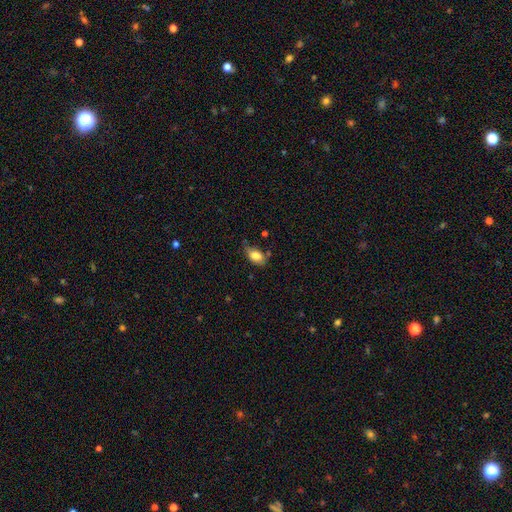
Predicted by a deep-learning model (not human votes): A smooth galaxy with no disk features (82%) that is in between round and cigar-shaped (89%).

Vote fractions:
- Smooth or featured? smooth: 82% / featured or disk: 10% / star or artifact: 8%
- How rounded? in between: 89% / round: 8% / cigar-shaped: 3%
- Merging? none: 58% / minor disturbance: 31% / major disturbance: 7% / merger: 5%